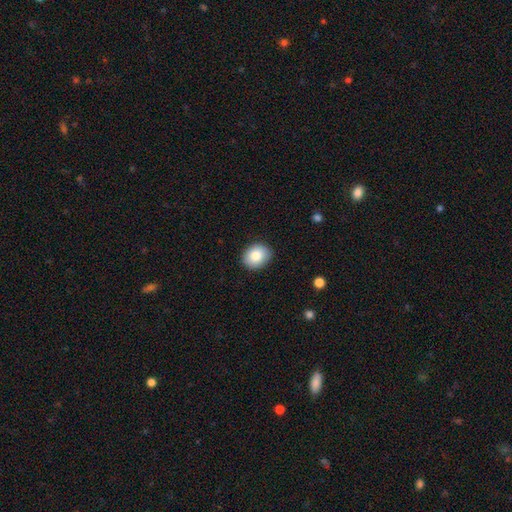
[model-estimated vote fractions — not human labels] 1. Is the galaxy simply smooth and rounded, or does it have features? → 83% smooth, 9% featured or disk, 8% star or artifact.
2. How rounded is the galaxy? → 51% in between, 49% round, 1% cigar-shaped.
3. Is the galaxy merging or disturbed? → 89% none, 8% minor disturbance, 2% major disturbance, 1% merger.